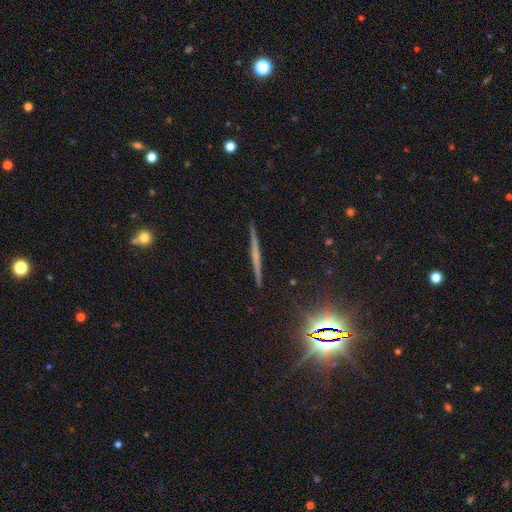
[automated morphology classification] Smooth or featured: featured or disk — 54% (smooth — 28%)
Edge-on disk: yes — 98% (no — 2%)
Edge-on bulge: none — 67% (rounded — 24%)
Merging: none — 92% (minor disturbance — 6%)